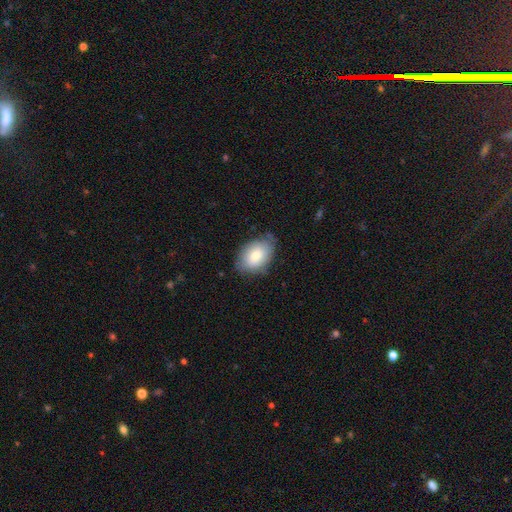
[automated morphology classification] This appears to be a smooth galaxy with no disk features (77%) that is in between round and cigar-shaped (86%). Merging: none (70%).